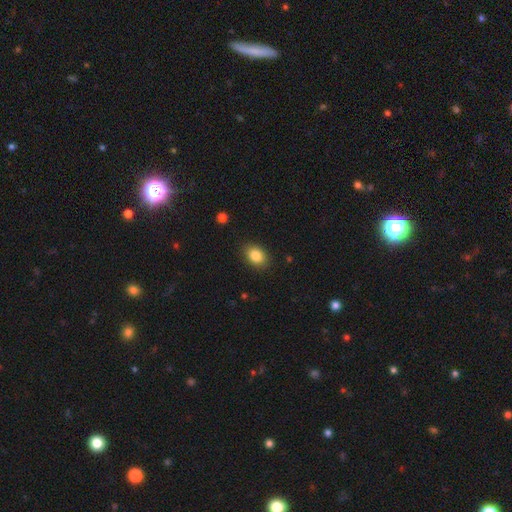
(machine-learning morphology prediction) Overall: smooth (85%). How rounded: in between (75%). Merging: none (87%).